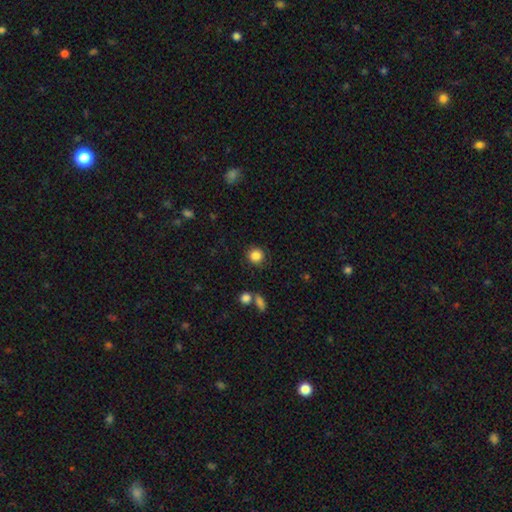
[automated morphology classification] Smooth or featured? Predicted: smooth (p=0.86). How rounded? Predicted: round (p=0.91). Merging? Predicted: none (p=0.84).